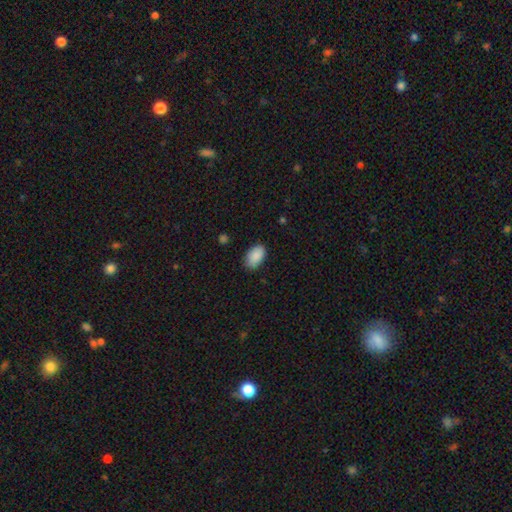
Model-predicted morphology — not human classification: Smooth or featured? smooth (89%)
How rounded? in between (93%)
Merging? none (82%)